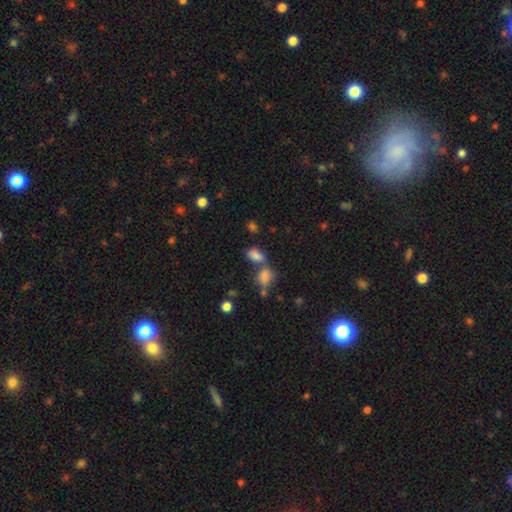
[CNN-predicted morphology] This appears to be a smooth galaxy with no disk features (80%) that is in between round and cigar-shaped (86%). Merging: merger (44%).